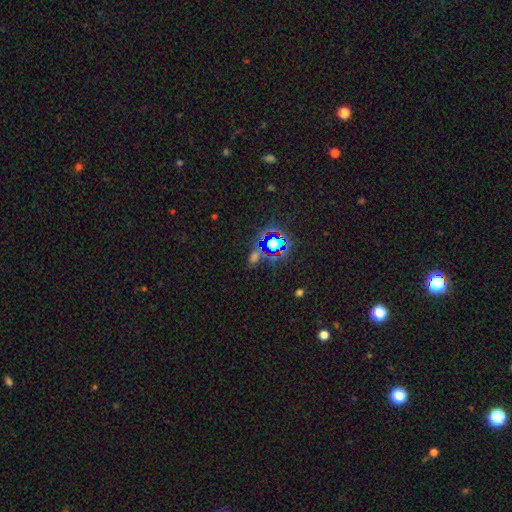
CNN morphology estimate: Smooth or featured: star or artifact — 69% (smooth — 23%)